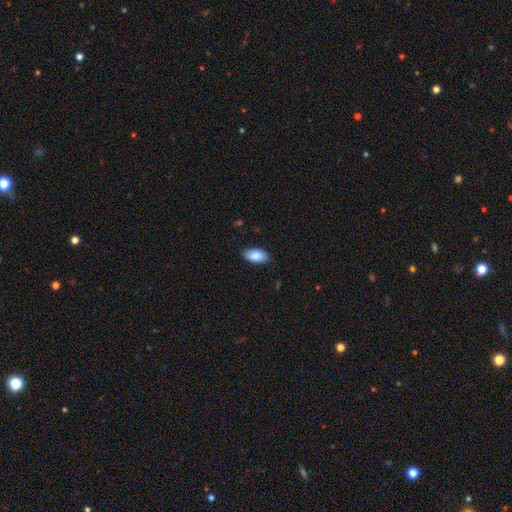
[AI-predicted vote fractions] A smooth galaxy with no disk features (89%) that is in between round and cigar-shaped (94%).

Vote fractions:
- Smooth or featured? smooth: 89% / star or artifact: 6% / featured or disk: 5%
- How rounded? in between: 94% / cigar-shaped: 3% / round: 3%
- Merging? none: 85% / minor disturbance: 12% / major disturbance: 2% / merger: 1%